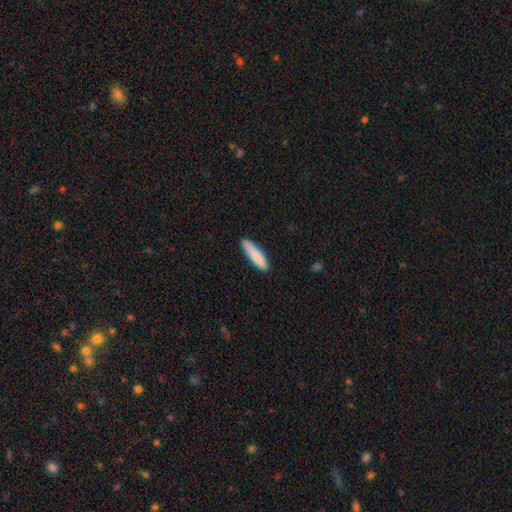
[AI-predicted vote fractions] A smooth galaxy with no disk features (85%) that is cigar-shaped (86%). Merging: none (87%).